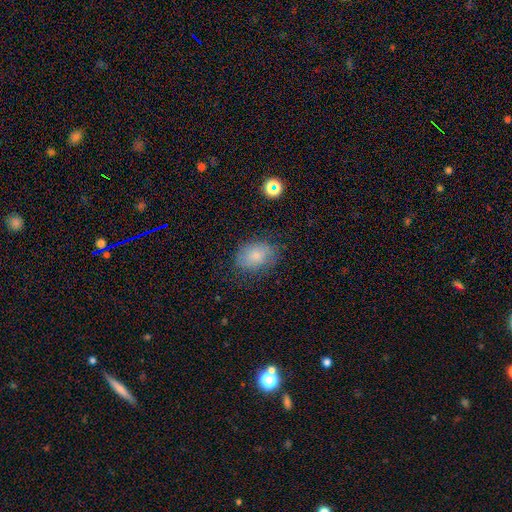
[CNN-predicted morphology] Overall: smooth (78%). How rounded: in between (71%). Merging: none (73%).